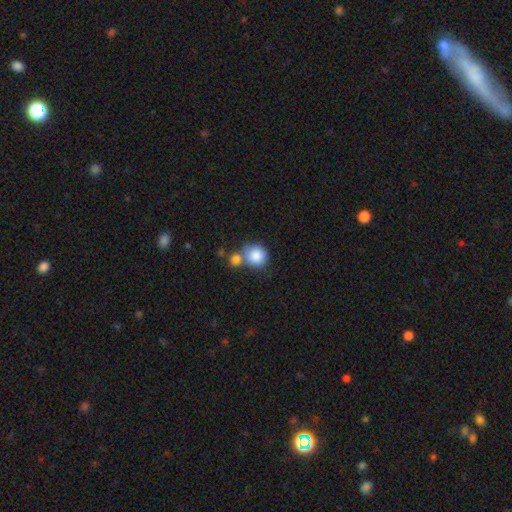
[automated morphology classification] This appears to be a smooth galaxy with no disk features (86%) that is round (88%). Merging: none (47%).